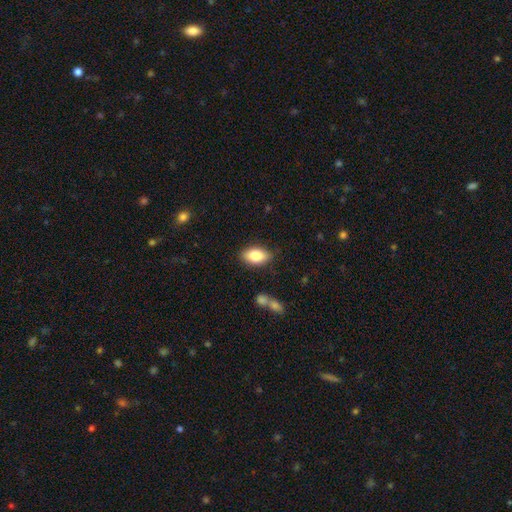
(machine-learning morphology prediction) Smooth or featured?
  - smooth: 84% *
  - featured or disk: 10%
  - star or artifact: 7%
How rounded?
  - in between: 91% *
  - round: 6%
  - cigar-shaped: 3%
Merging?
  - none: 84% *
  - minor disturbance: 11%
  - major disturbance: 3%
  - merger: 2%